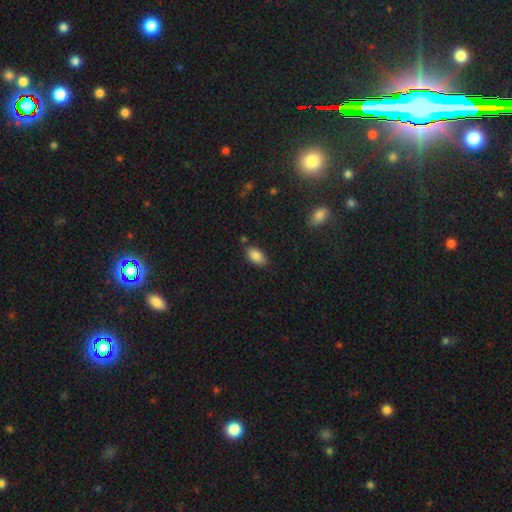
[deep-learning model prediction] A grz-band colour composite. It shows a smooth galaxy with no disk features (86%) that is in between round and cigar-shaped (92%). Merging: none (80%).